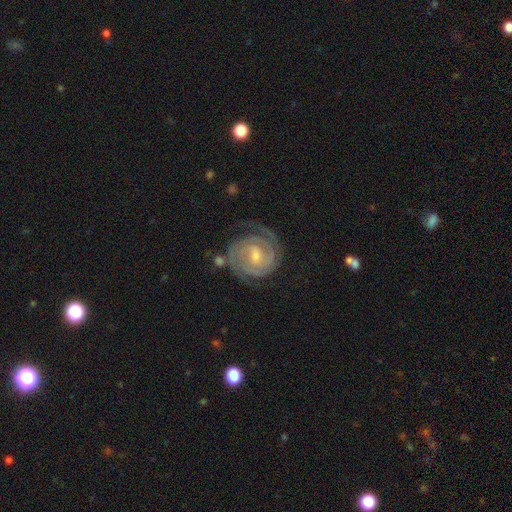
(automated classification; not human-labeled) featured or disk 89%, smooth 6%, star or artifact 5%. Down the decision tree: edge-on disk — no (98%); bar — weak (50%); spiral arms — yes (98%); spiral arm count — 2 (60%); spiral winding — tight (80%); bulge size — small (48%, tied with moderate); merging — none (74%).